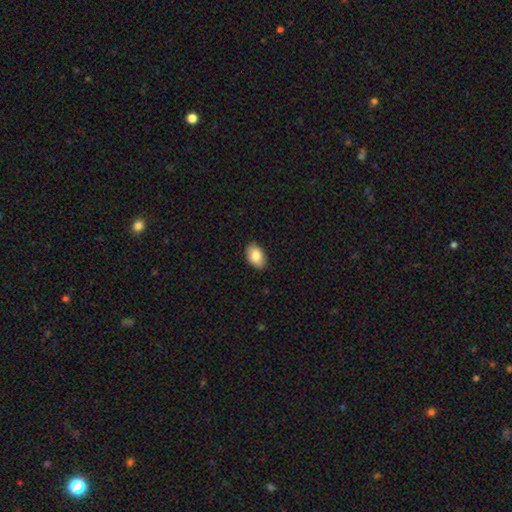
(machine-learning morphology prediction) Smooth or featured?
  - smooth: 84% *
  - featured or disk: 9%
  - star or artifact: 7%
How rounded?
  - in between: 90% *
  - round: 9%
  - cigar-shaped: 1%
Merging?
  - none: 88% *
  - minor disturbance: 9%
  - major disturbance: 2%
  - merger: 1%